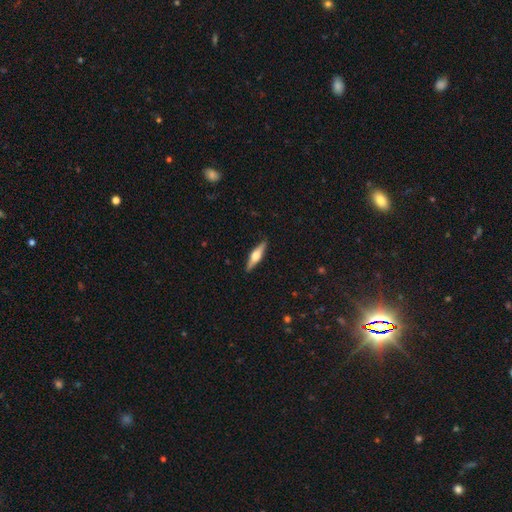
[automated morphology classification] Smooth or featured? featured or disk (61%)
Edge-on disk? yes (96%)
Edge-on bulge? rounded (92%)
Merging? none (90%)